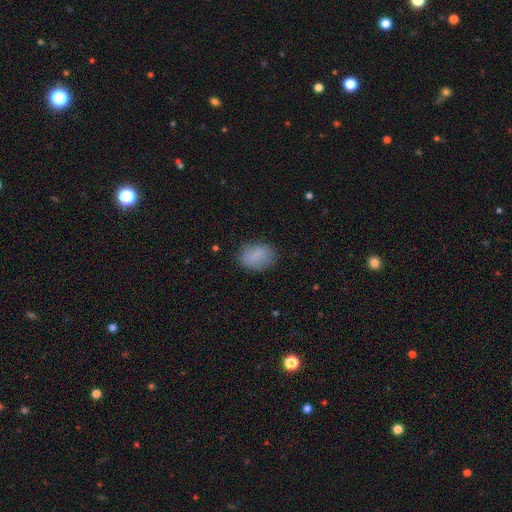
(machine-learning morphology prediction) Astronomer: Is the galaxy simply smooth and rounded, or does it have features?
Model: smooth — 84%.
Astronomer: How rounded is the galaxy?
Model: in between — 70%.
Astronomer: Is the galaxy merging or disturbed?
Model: none — 78%.